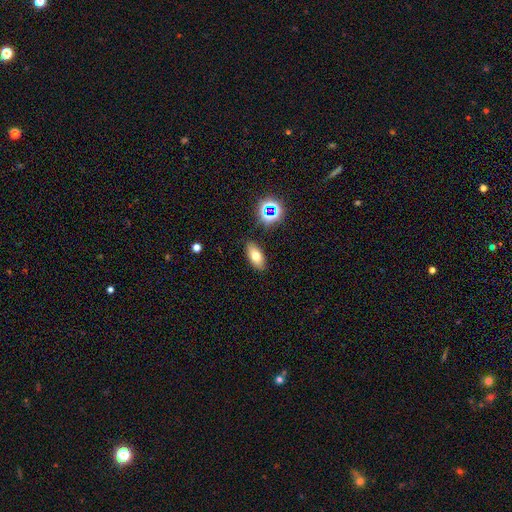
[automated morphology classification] Smooth or featured? Predicted: smooth (p=0.70). How rounded? Predicted: in between (p=0.83). Merging? Predicted: none (p=0.85).